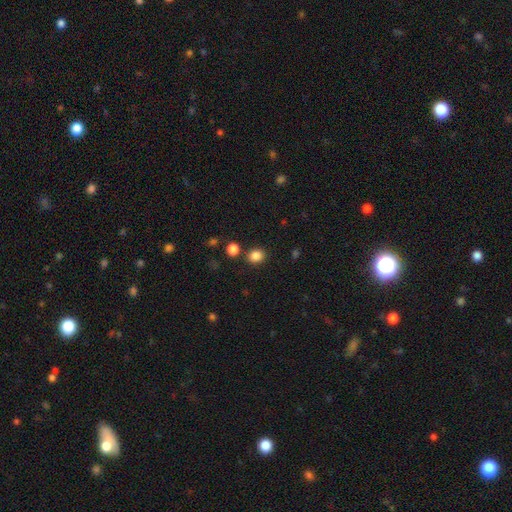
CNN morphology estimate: Overall: smooth (85%). How rounded: round (68%; in between 31%). Merging: none (82%).